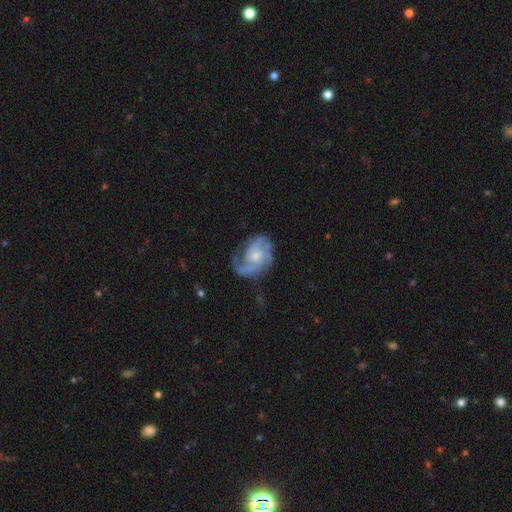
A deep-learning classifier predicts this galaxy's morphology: type=featured or disk (86%); edge-on=no (98%); bar=no (70%); spiral arms=yes (96%); winding=medium (47%); arm count=2 (43%); bulge=small (53%); merging=none (62%).